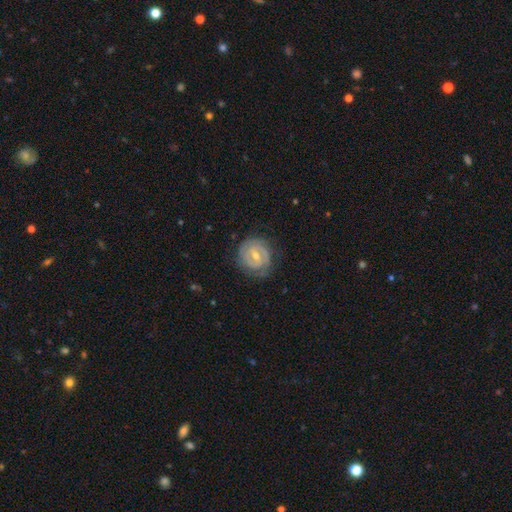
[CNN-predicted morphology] smooth-or-featured: featured or disk: 79% | smooth: 16% | star or artifact: 5%
  disk-edge-on: no: 97% | yes: 3%
    bar: weak: 53% | strong: 28% | no: 19%
    has-spiral-arms: yes: 86% | no: 14%
      spiral-winding: tight: 69% | medium: 24% | loose: 6%
      spiral-arm-count: 2: 66% | can't tell: 20% | 3: 6% | 1: 5% | 4: 2% | more than 4: 2%
    bulge-size: moderate: 57% | small: 39% | large: 2% | none: 1% | dominant: 1%
  merging: none: 76% | minor disturbance: 16% | major disturbance: 6% | merger: 1%